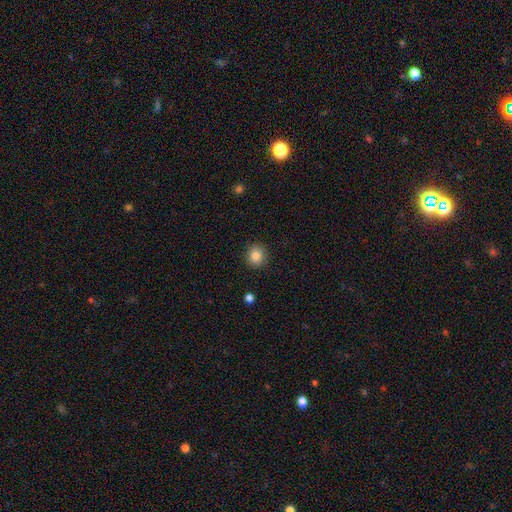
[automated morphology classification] Q: Smooth or featured?
A: smooth (86%); runner-up: star or artifact (10%)
Q: How rounded?
A: round (88%); runner-up: in between (11%)
Q: Merging?
A: none (90%); runner-up: minor disturbance (6%)